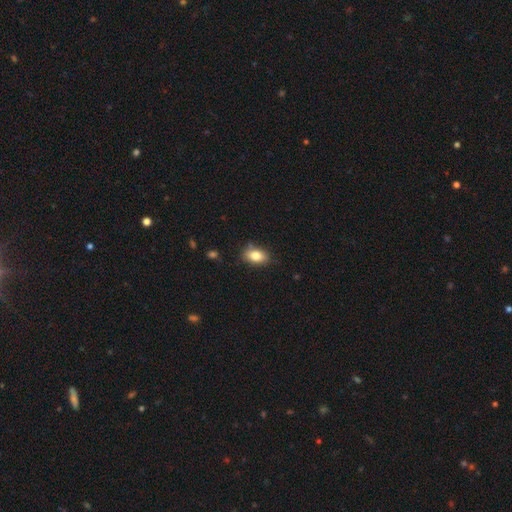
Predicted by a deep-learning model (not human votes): A smooth galaxy with no disk features (83%) that is in between round and cigar-shaped (86%).

Vote fractions:
- Smooth or featured? smooth: 83% / featured or disk: 9% / star or artifact: 8%
- How rounded? in between: 86% / round: 12% / cigar-shaped: 2%
- Merging? none: 79% / minor disturbance: 15% / major disturbance: 3% / merger: 3%